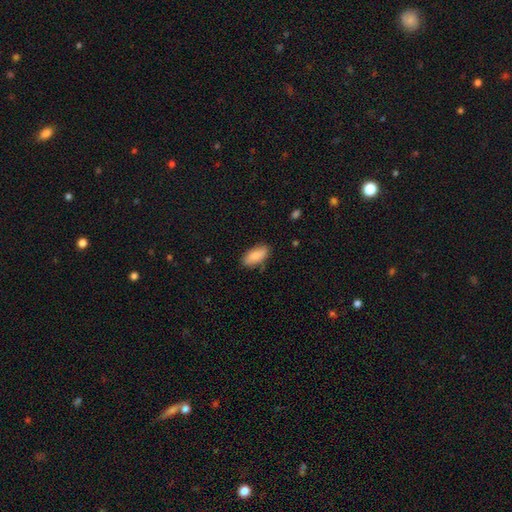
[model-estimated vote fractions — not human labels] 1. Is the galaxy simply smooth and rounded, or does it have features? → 85% smooth, 9% featured or disk, 6% star or artifact.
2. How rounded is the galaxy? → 86% in between, 11% cigar-shaped, 2% round.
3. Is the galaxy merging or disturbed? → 82% none, 14% minor disturbance, 3% major disturbance, 2% merger.